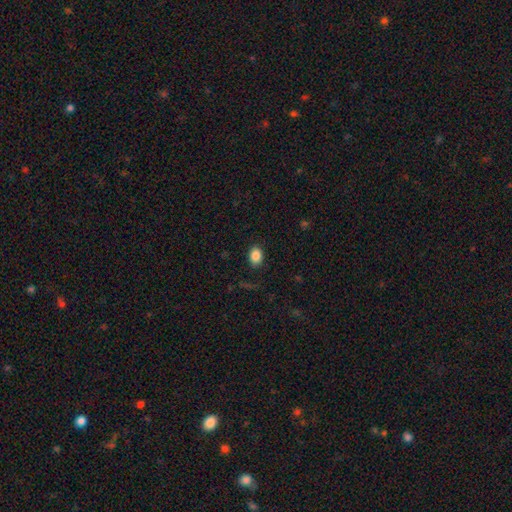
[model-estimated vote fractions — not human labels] The model was most divided on "how rounded": in between: 74%, round: 25%, cigar-shaped: 1%. More confident: smooth or featured — smooth (87%); merging — none (86%).